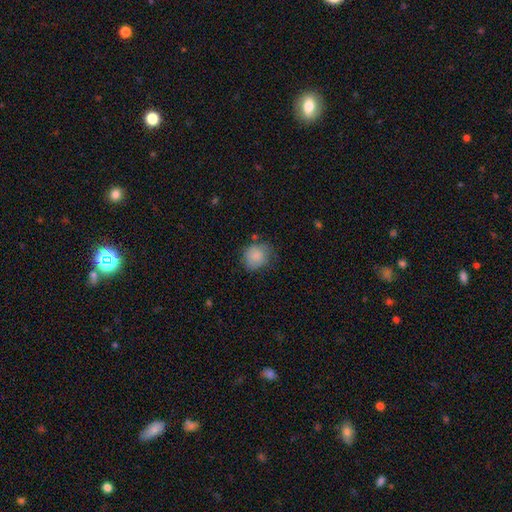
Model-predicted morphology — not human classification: type=smooth (85%); roundness=round (74%); merging=none (68%).